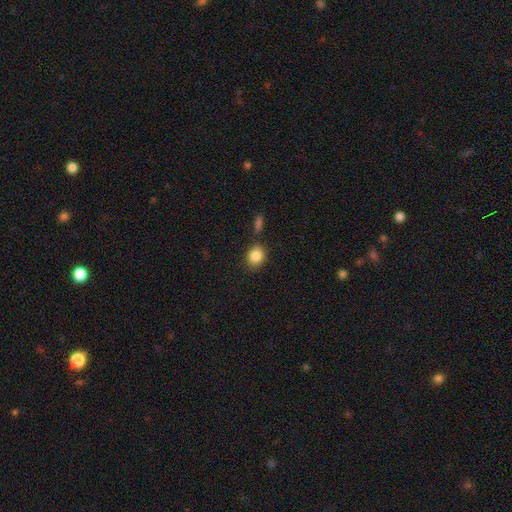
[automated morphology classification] Smooth or featured: smooth — 86% (star or artifact — 9%)
How rounded: round — 57% (in between — 41%)
Merging: none — 75% (minor disturbance — 13%)